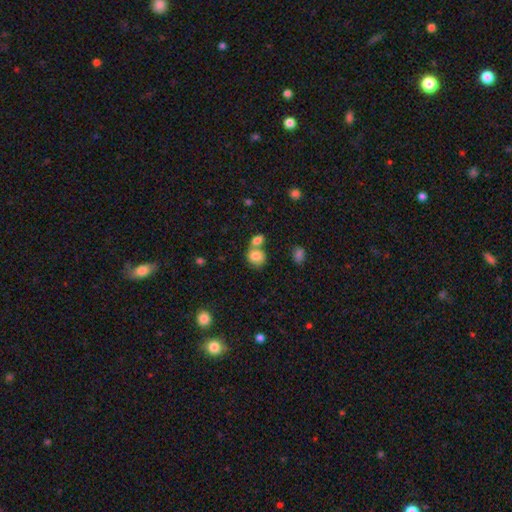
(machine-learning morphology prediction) Smooth or featured?
  - smooth: 80% *
  - featured or disk: 11%
  - star or artifact: 9%
How rounded?
  - round: 57% *
  - in between: 42%
  - cigar-shaped: 1%
Merging?
  - merger: 50% *
  - none: 36%
  - minor disturbance: 10%
  - major disturbance: 4%